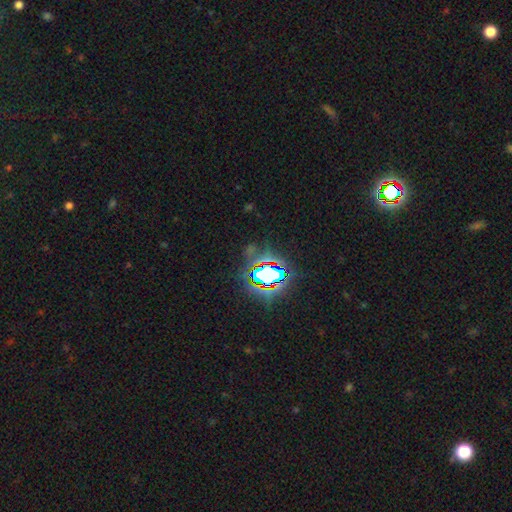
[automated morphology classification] A star or artifact, not a galaxy (81%).